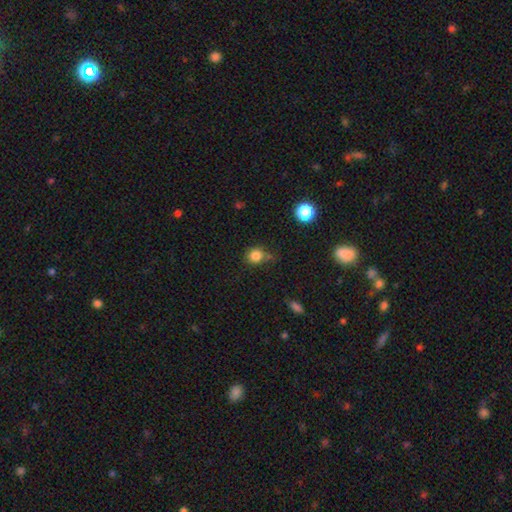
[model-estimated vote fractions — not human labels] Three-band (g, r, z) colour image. It shows a smooth galaxy with no disk features (82%) that is round (84%). Merging: none (70%).